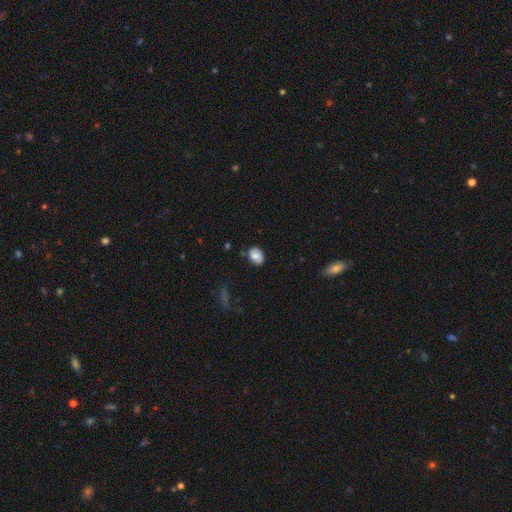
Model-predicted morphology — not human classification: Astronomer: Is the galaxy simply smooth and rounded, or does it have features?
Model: smooth — 75%.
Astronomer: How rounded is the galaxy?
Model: in between — 70%.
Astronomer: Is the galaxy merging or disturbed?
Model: none — 70%.